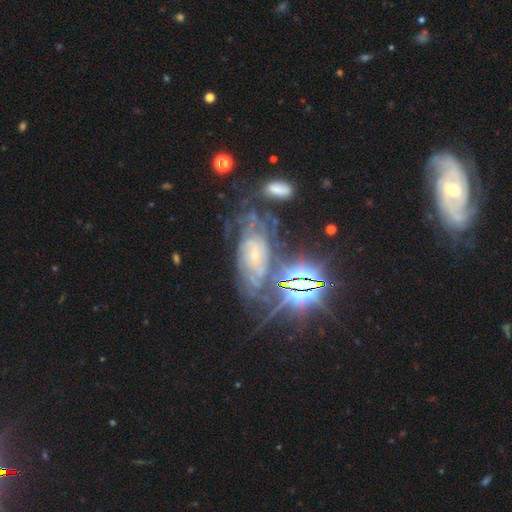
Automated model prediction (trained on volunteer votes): smooth-or-featured: featured or disk: 70% | star or artifact: 21% | smooth: 9%
  disk-edge-on: no: 93% | yes: 7%
    bar: no: 68% | weak: 23% | strong: 9%
    has-spiral-arms: yes: 91% | no: 9%
      spiral-winding: tight: 73% | medium: 21% | loose: 6%
      spiral-arm-count: can't tell: 50% | 2: 13% | 3: 12% | 4: 11% | more than 4: 9% | 1: 6%
    bulge-size: small: 79% | moderate: 15% | none: 3% | large: 2% | dominant: 1%
  merging: none: 57% | minor disturbance: 22% | major disturbance: 15% | merger: 6%